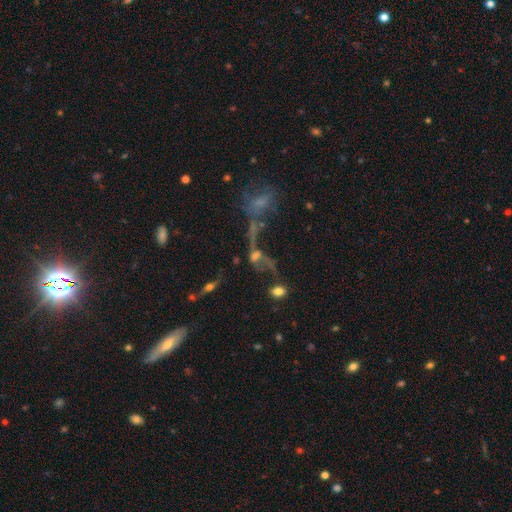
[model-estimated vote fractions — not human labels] featured or disk 44%, smooth 29%, star or artifact 27%. Down the decision tree: merging — merger (38%).